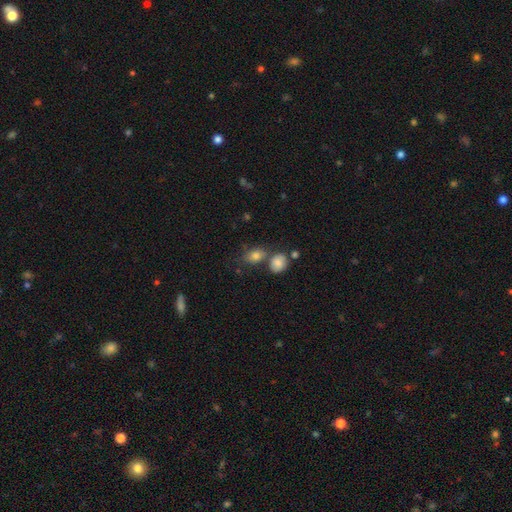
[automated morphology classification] Q: Smooth or featured?
A: smooth (79%); runner-up: star or artifact (10%)
Q: How rounded?
A: in between (69%); runner-up: round (29%)
Q: Merging?
A: none (55%); runner-up: merger (25%)